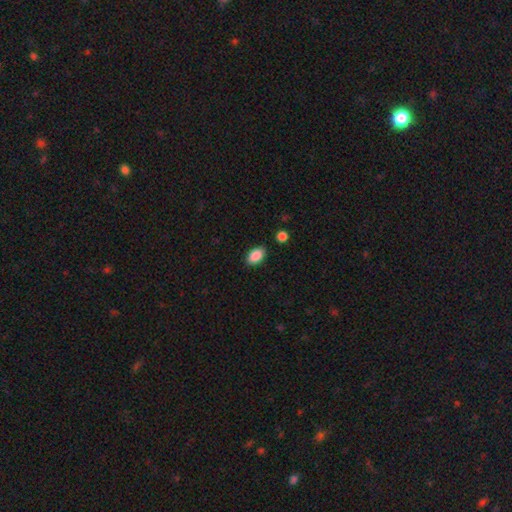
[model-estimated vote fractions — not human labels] smooth-or-featured: smooth: 89% | star or artifact: 7% | featured or disk: 4%
  how-rounded: in between: 91% | round: 8% | cigar-shaped: 2%
  merging: none: 85% | minor disturbance: 10% | major disturbance: 2% | merger: 2%